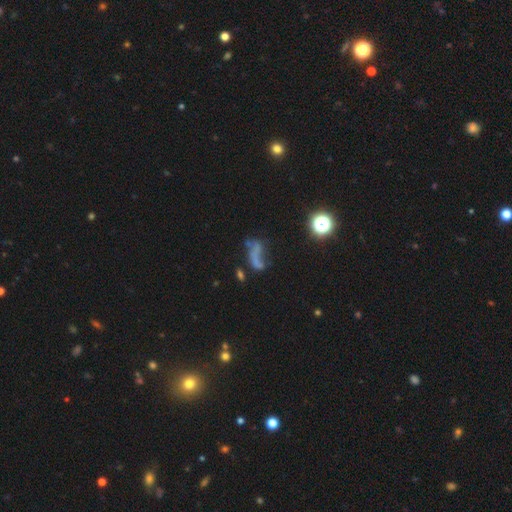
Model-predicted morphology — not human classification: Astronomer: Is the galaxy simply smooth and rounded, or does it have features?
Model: featured or disk — 41% (runner-up: smooth, 34%).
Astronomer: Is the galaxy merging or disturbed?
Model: major disturbance — 35% (runner-up: none, 31%).